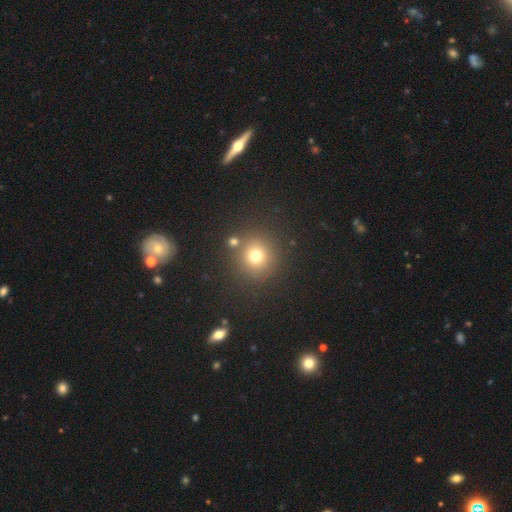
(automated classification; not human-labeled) Smooth or featured? Predicted: smooth (p=0.72). How rounded? Predicted: round (p=0.93). Merging? Predicted: none (p=0.82).